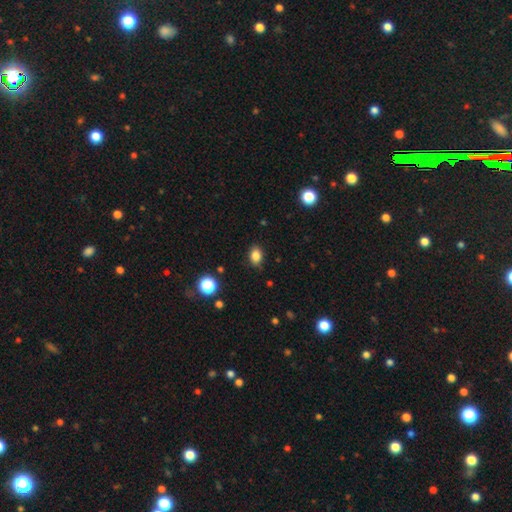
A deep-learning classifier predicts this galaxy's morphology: Smooth or featured? smooth (84%)
How rounded? in between (74%)
Merging? none (85%)